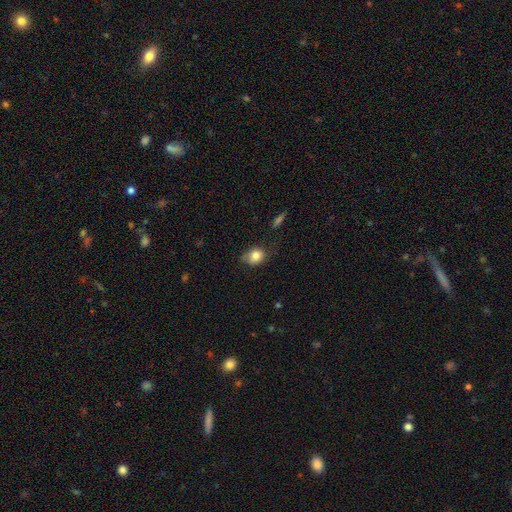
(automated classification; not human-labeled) Overall: smooth (81%). How rounded: round (54%; in between 45%). Merging: none (55%; minor disturbance 33%).